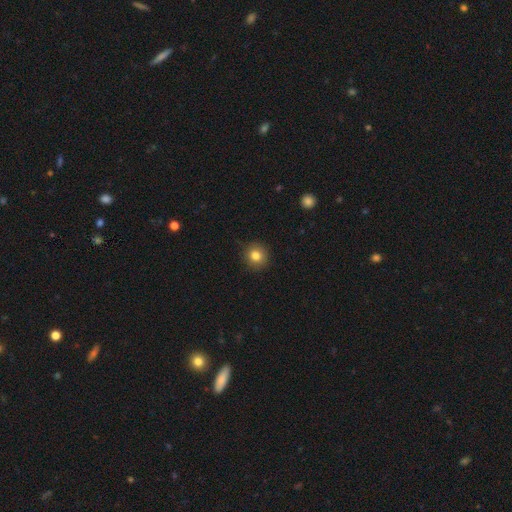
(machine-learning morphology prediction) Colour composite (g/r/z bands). It shows a smooth galaxy with no disk features (81%) that is round (92%). Merging: none (91%).